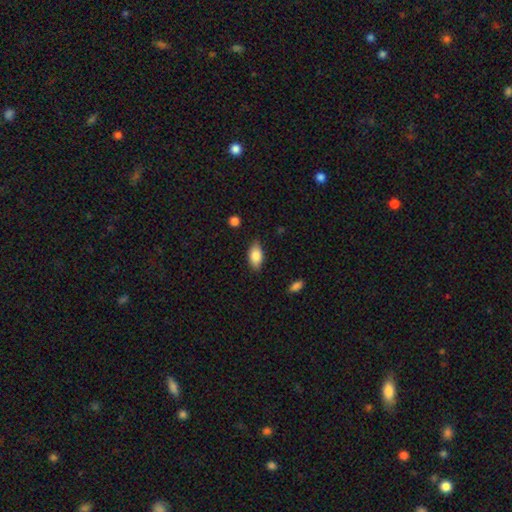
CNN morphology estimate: This appears to be a smooth galaxy with no disk features (83%) that is in between round and cigar-shaped (91%). Merging: none (83%).